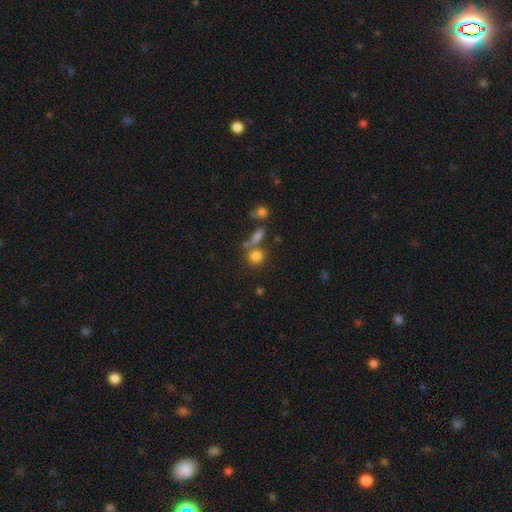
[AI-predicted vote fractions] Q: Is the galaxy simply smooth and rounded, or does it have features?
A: smooth — 78%.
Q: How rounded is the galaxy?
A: round — 83%.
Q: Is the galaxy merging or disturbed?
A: none — 60%.